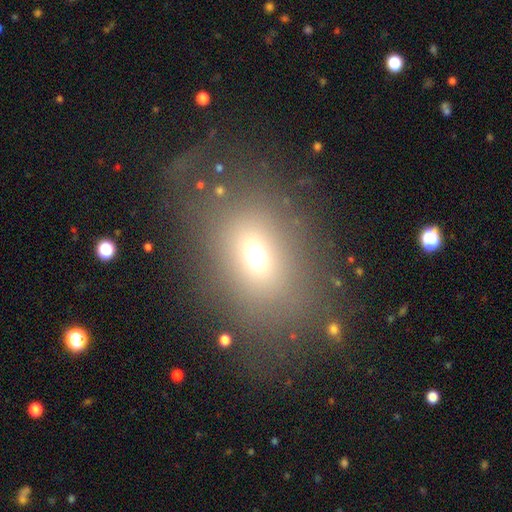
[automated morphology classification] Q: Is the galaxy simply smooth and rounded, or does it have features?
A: smooth — 65%.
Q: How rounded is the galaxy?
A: in between — 57%.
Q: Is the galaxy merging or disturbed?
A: none — 71%.